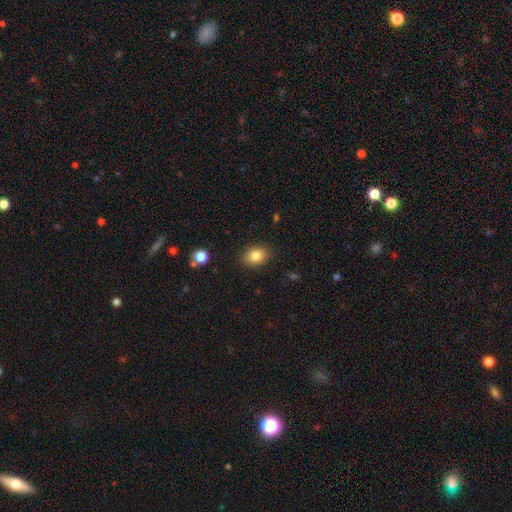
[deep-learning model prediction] Smooth or featured: smooth — 84% (star or artifact — 9%)
How rounded: in between — 68% (round — 31%)
Merging: none — 86% (minor disturbance — 10%)